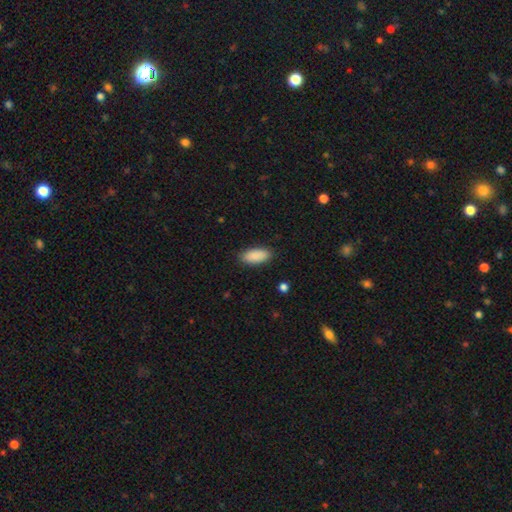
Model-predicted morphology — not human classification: This appears to be a smooth galaxy with no disk features (90%) that is in between round and cigar-shaped (87%). Merging: none (88%).